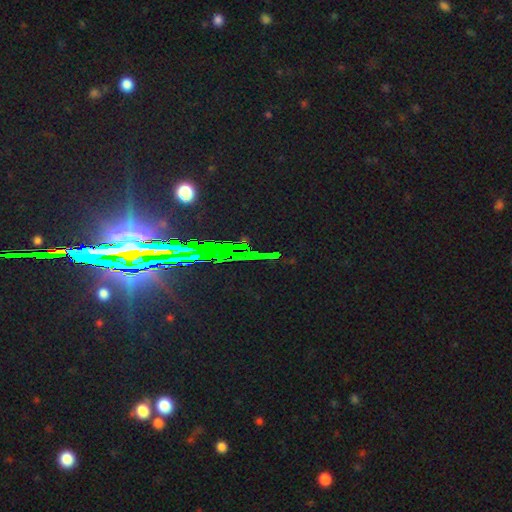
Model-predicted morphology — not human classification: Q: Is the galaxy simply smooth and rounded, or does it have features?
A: star or artifact — 76%.